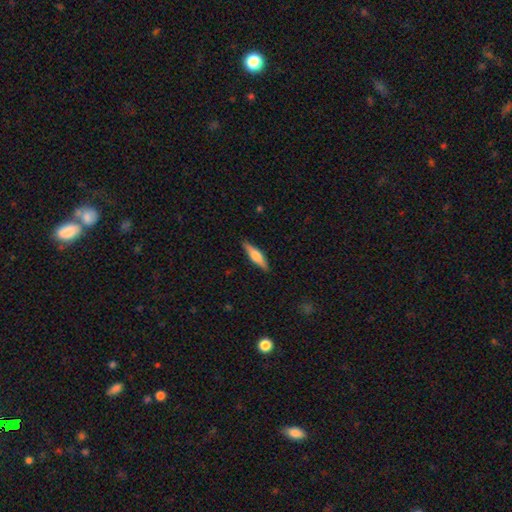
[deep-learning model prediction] smooth 51%, featured or disk 44%, star or artifact 6%. Down the decision tree: how rounded — cigar-shaped (71%); merging — none (88%).